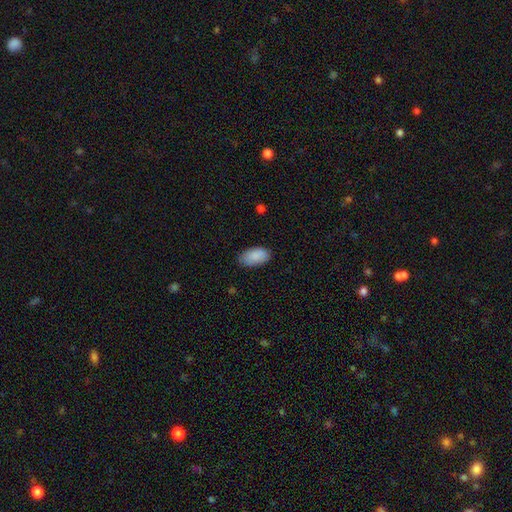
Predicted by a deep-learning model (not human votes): A smooth galaxy with no disk features (89%) that is in between round and cigar-shaped (95%).

Vote fractions:
- Smooth or featured? smooth: 89% / star or artifact: 7% / featured or disk: 5%
- How rounded? in between: 95% / round: 4% / cigar-shaped: 2%
- Merging? none: 78% / minor disturbance: 18% / major disturbance: 3% / merger: 1%